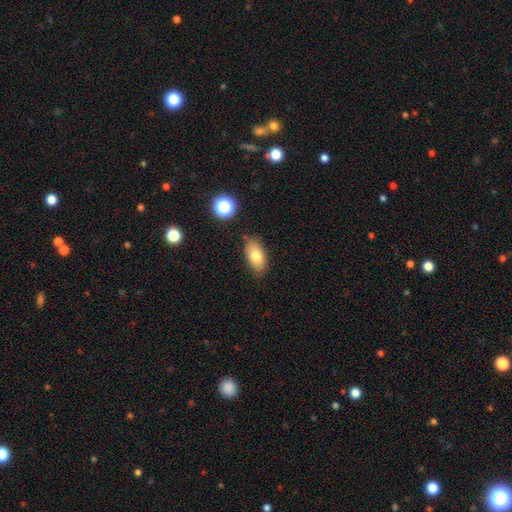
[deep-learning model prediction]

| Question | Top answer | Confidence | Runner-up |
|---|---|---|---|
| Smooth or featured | smooth | 79% | featured or disk (12%) |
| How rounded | in between | 90% | round (5%) |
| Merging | none | 80% | minor disturbance (14%) |